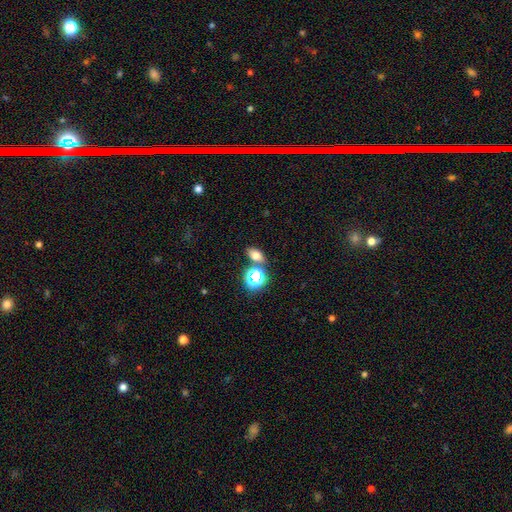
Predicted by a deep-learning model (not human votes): This is likely a smooth galaxy (69%). How rounded: likely in between (77%). Merging: likely none (71%).